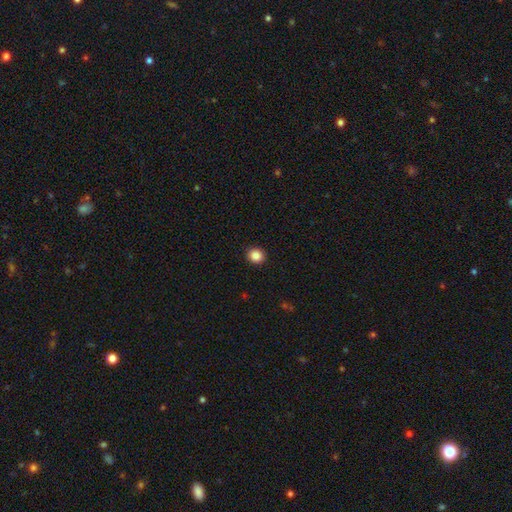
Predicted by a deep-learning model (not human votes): Smooth or featured? smooth (87%)
How rounded? round (83%)
Merging? none (92%)